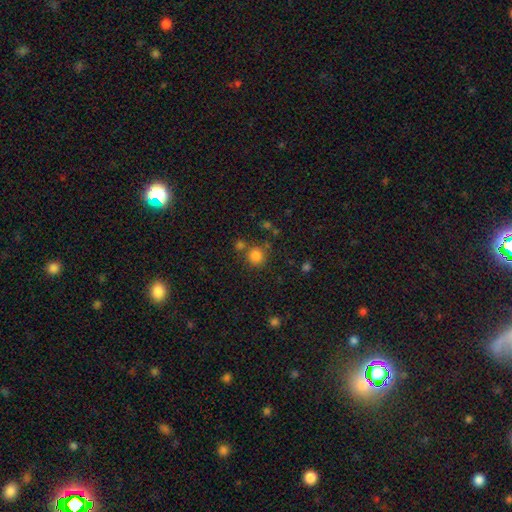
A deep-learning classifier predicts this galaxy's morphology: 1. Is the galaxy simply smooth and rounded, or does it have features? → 82% smooth, 13% star or artifact, 5% featured or disk.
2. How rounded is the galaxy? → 91% round, 8% in between, 1% cigar-shaped.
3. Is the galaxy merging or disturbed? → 71% none, 16% merger, 9% minor disturbance, 4% major disturbance.